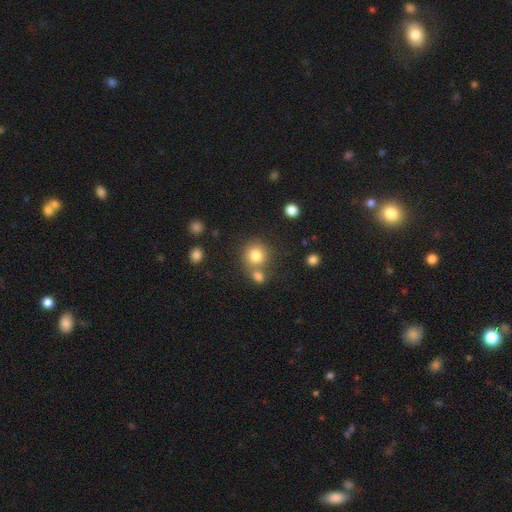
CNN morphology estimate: type=smooth (81%); roundness=round (88%); merging=none (57%).